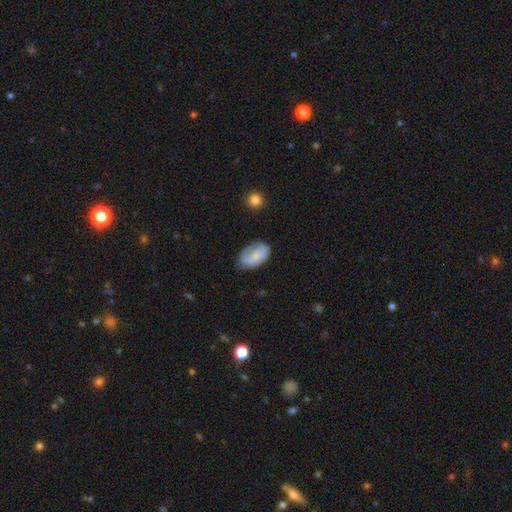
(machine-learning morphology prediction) The model was most divided on "smooth or featured": smooth: 47%, featured or disk: 46%, star or artifact: 7%. More confident: merging — none (66%).